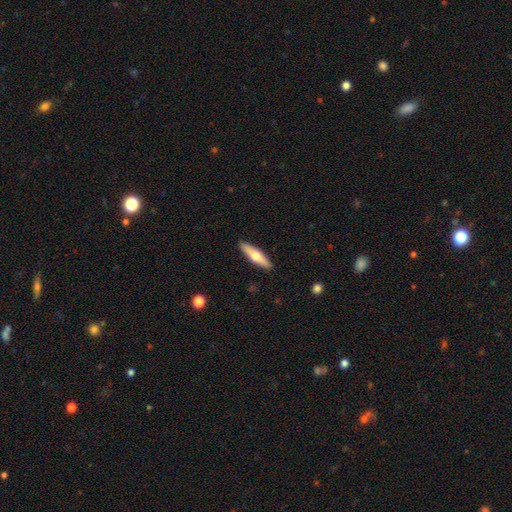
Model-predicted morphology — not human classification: The model was most divided on "smooth or featured": smooth: 52%, featured or disk: 43%, star or artifact: 5%. More confident: merging — none (91%); how rounded — cigar-shaped (72%).